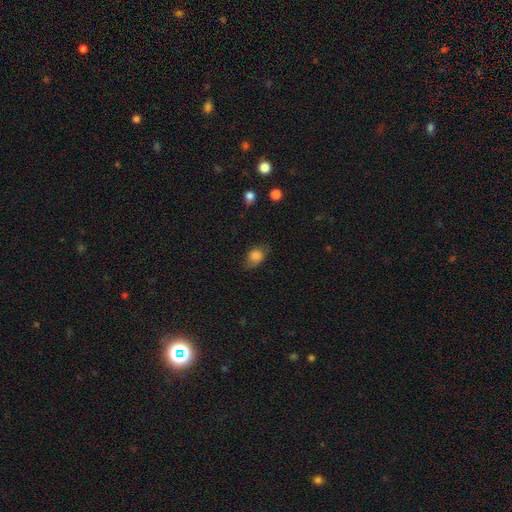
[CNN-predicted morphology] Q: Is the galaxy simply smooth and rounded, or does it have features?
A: smooth — 82%.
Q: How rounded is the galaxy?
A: in between — 69%.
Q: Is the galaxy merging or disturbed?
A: none — 64%.